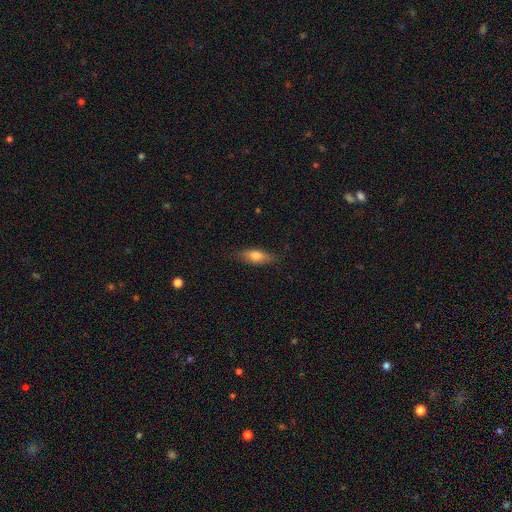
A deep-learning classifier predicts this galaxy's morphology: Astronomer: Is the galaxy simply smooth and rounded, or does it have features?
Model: smooth — 65%.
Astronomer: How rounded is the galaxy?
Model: in between — 60% (runner-up: cigar-shaped, 36%).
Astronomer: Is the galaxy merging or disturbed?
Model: none — 82%.